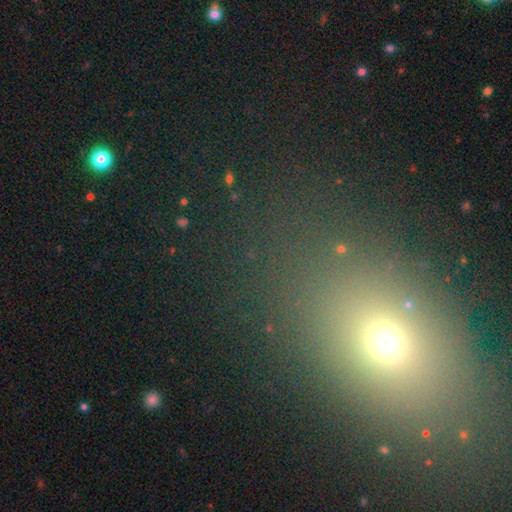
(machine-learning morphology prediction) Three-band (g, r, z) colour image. It shows a smooth galaxy with no disk features (50%). Merging: none (80%).